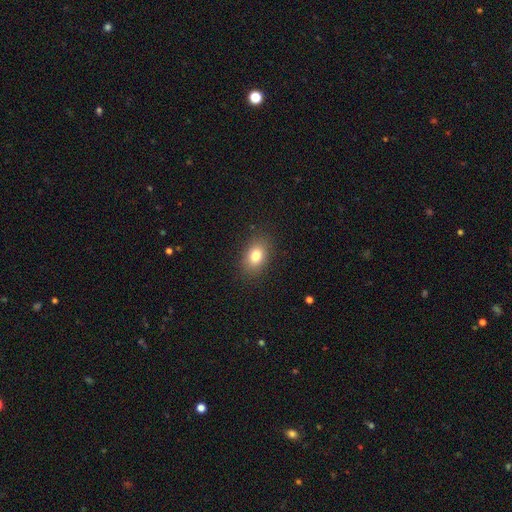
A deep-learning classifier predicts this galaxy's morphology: smooth_or_featured: smooth (p=0.80) [alt: star or artifact p=0.10]
how_rounded: in between (p=0.79) [alt: round p=0.20]
merging: none (p=0.87) [alt: minor disturbance p=0.09]